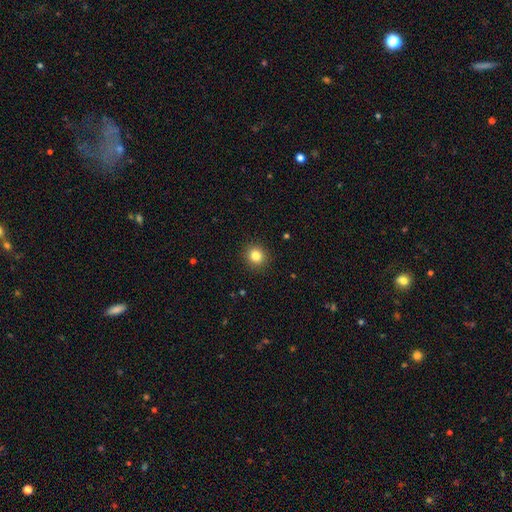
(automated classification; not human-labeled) This appears to be a smooth galaxy with no disk features (84%) that is round (86%). Merging: none (91%).